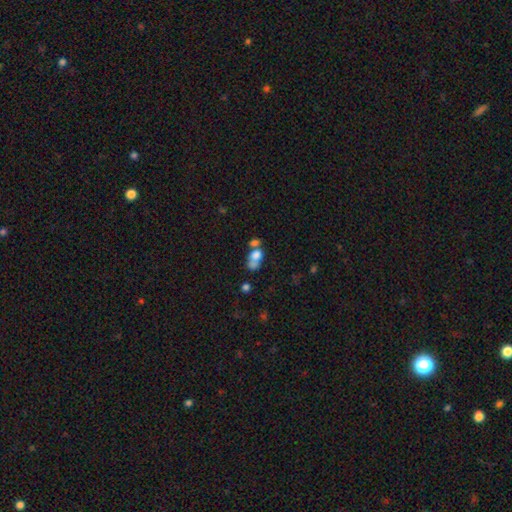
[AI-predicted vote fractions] smooth_or_featured: smooth (p=0.68) [alt: featured or disk p=0.20]
how_rounded: in between (p=0.71) [alt: round p=0.26]
merging: merger (p=0.55) [alt: none p=0.22]